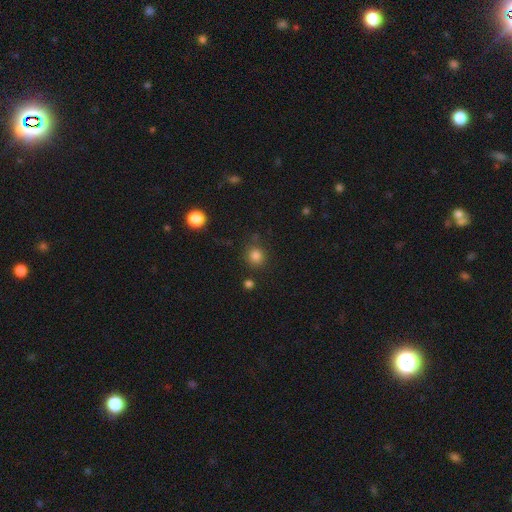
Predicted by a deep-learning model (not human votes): Q: Smooth or featured?
A: smooth (82%); runner-up: star or artifact (13%)
Q: How rounded?
A: round (87%); runner-up: in between (12%)
Q: Merging?
A: none (82%); runner-up: minor disturbance (10%)